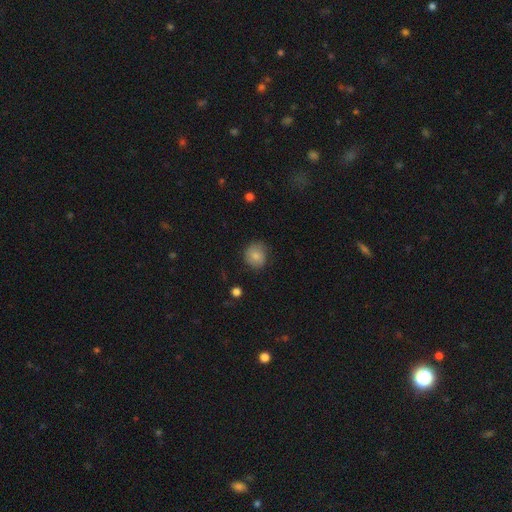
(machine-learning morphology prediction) type=smooth (75%); roundness=round (82%); merging=none (72%).